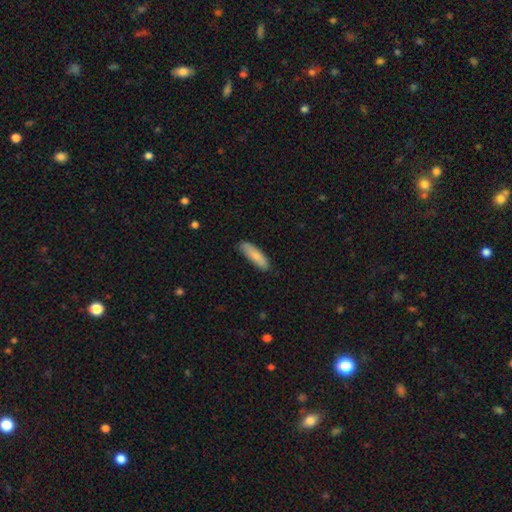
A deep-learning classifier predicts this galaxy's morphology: smooth-or-featured: smooth: 83% | featured or disk: 12% | star or artifact: 5%
  how-rounded: cigar-shaped: 52% | in between: 46% | round: 2%
  merging: none: 82% | minor disturbance: 14% | major disturbance: 2% | merger: 1%